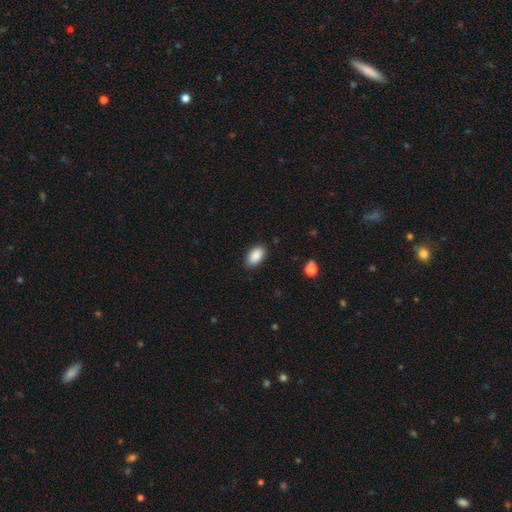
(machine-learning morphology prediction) Smooth or featured? smooth (89%)
How rounded? in between (94%)
Merging? none (87%)